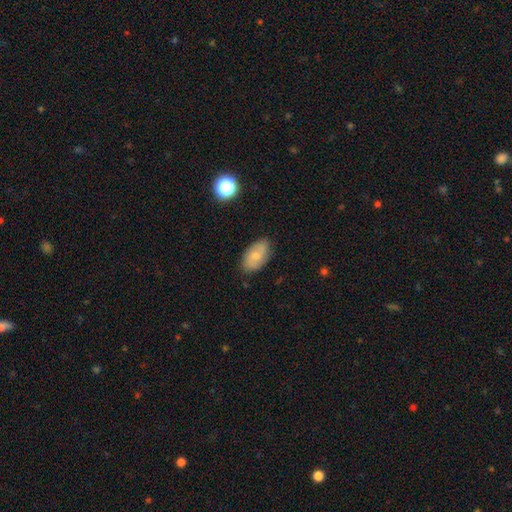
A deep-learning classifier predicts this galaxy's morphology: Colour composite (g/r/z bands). It shows a smooth galaxy with no disk features (58%) that is in between round and cigar-shaped (92%). Merging: none (81%).